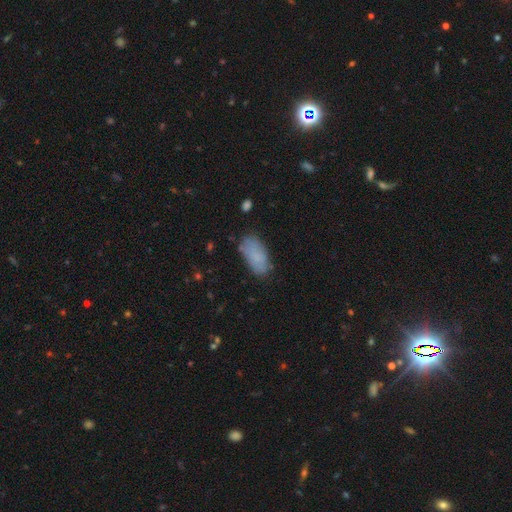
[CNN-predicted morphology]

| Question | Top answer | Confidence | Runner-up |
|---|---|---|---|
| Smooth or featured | smooth | 81% | featured or disk (11%) |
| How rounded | in between | 92% | cigar-shaped (5%) |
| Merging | none | 71% | minor disturbance (21%) |